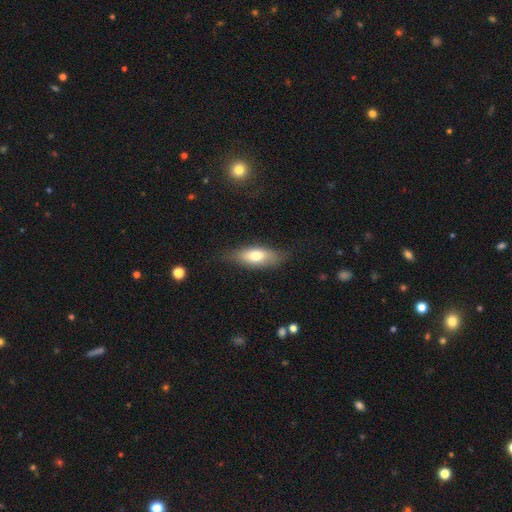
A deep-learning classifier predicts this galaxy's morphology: Smooth or featured? smooth (69%)
How rounded? in between (76%)
Merging? none (72%)